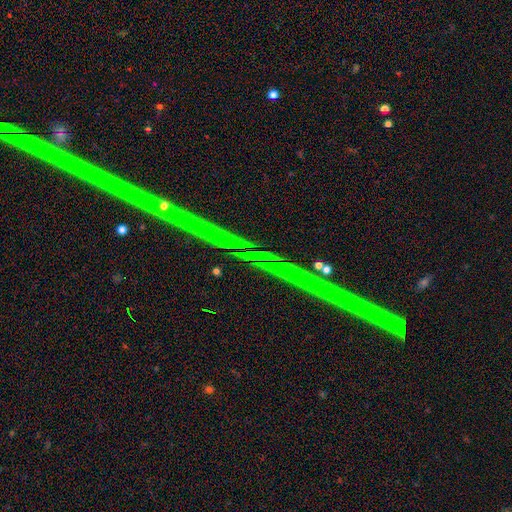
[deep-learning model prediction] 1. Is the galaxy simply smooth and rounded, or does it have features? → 86% star or artifact, 9% featured or disk, 5% smooth.